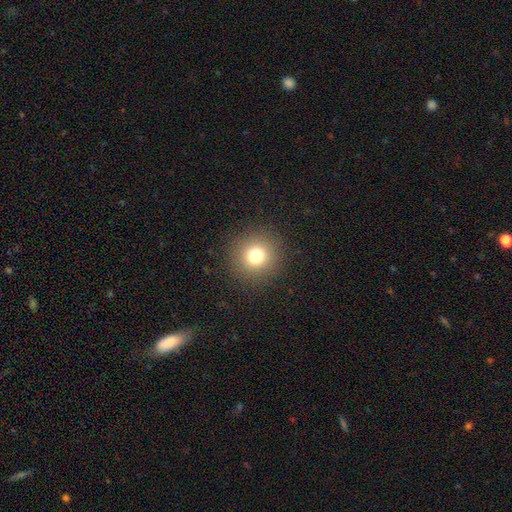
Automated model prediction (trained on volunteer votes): A smooth galaxy with no disk features (77%) that is round (95%). Merging: none (90%).